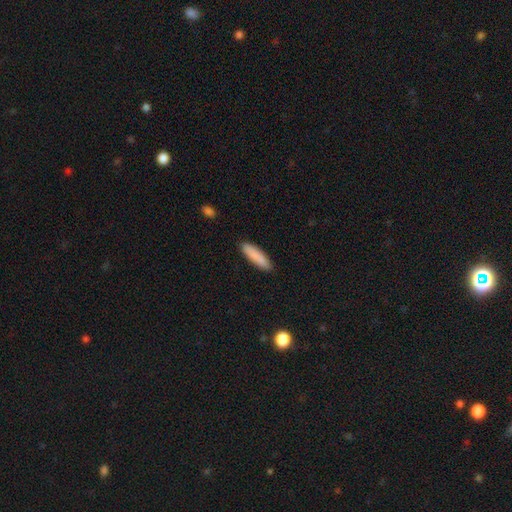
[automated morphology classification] Smooth or featured? Predicted: smooth (p=0.88). How rounded? Predicted: cigar-shaped (p=0.69). Merging? Predicted: none (p=0.89).